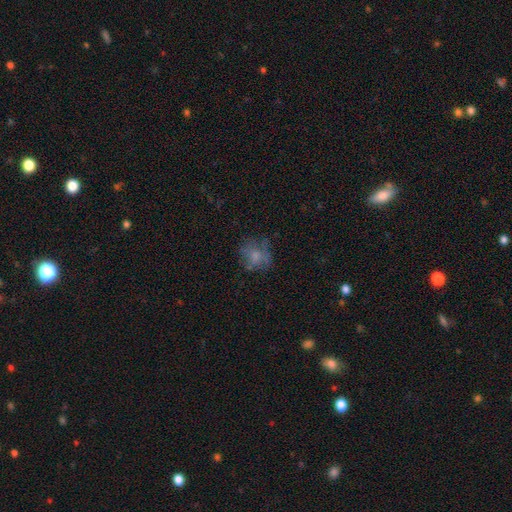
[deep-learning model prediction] smooth 62%, featured or disk 25%, star or artifact 13%. Down the decision tree: how rounded — round (68%); merging — none (58%).